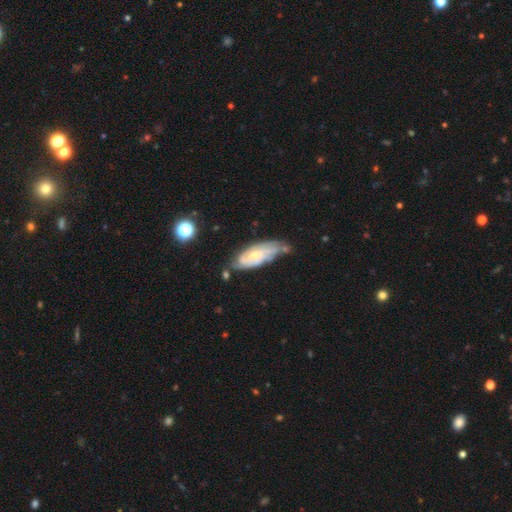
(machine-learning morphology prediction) Smooth or featured: featured or disk — 73% (smooth — 21%)
Edge-on disk: no — 90% (yes — 10%)
Bar: no — 64% (weak — 30%)
Spiral arms: yes — 90% (no — 10%)
Spiral winding: tight — 61% (medium — 31%)
Spiral arm count: can't tell — 40% (2 — 36%)
Bulge size: small — 58% (moderate — 37%)
Merging: none — 54% (minor disturbance — 30%)